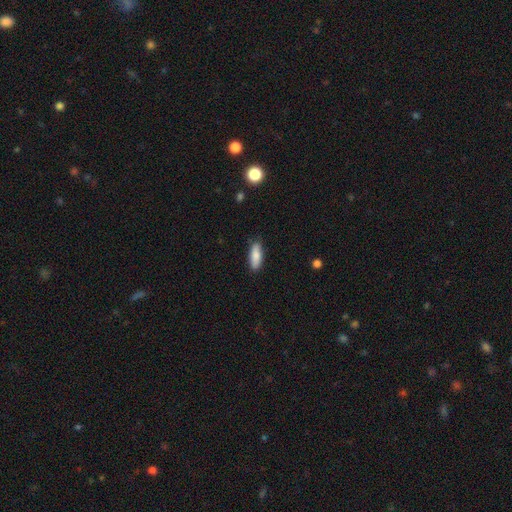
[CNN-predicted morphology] Smooth or featured?
  - smooth: 83% *
  - featured or disk: 10%
  - star or artifact: 6%
How rounded?
  - in between: 62% *
  - cigar-shaped: 36%
  - round: 2%
Merging?
  - none: 85% *
  - minor disturbance: 12%
  - major disturbance: 2%
  - merger: 1%